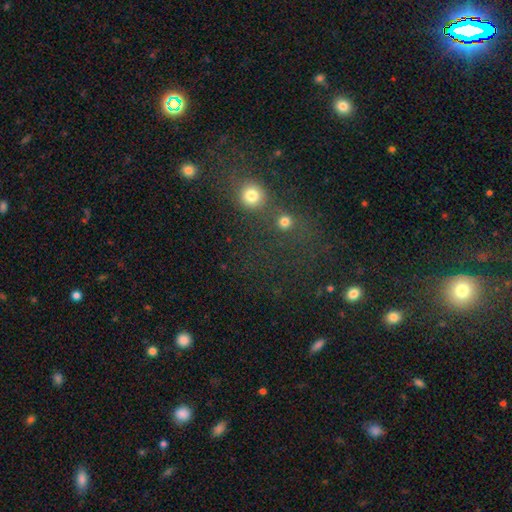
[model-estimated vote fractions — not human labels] Morphology: type=star or artifact (47%).